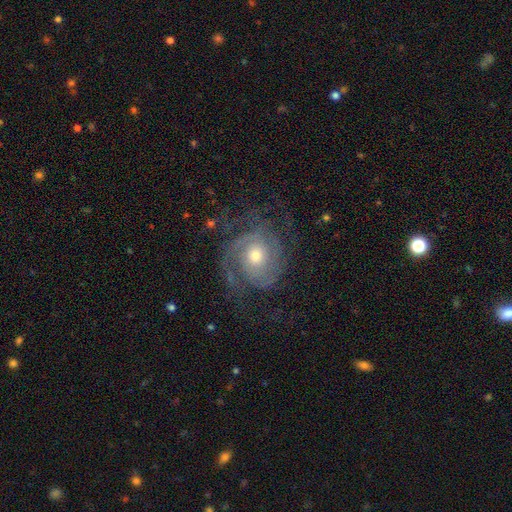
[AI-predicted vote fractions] Morphology: type=featured or disk (85%); edge-on=no (98%); bar=no (76%); spiral arms=yes (95%); winding=tight (48%); arm count=2 (47%); bulge=moderate (67%); merging=none (65%).